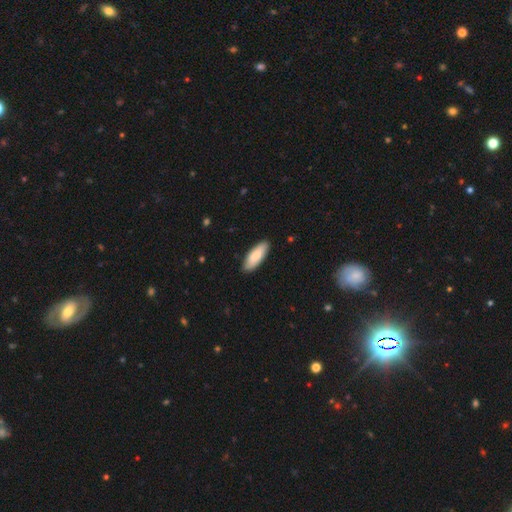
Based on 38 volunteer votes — Smooth or featured? 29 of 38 (76%) said smooth. How rounded? 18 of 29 (62%) said in between. Merging? 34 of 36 (94%) said none.